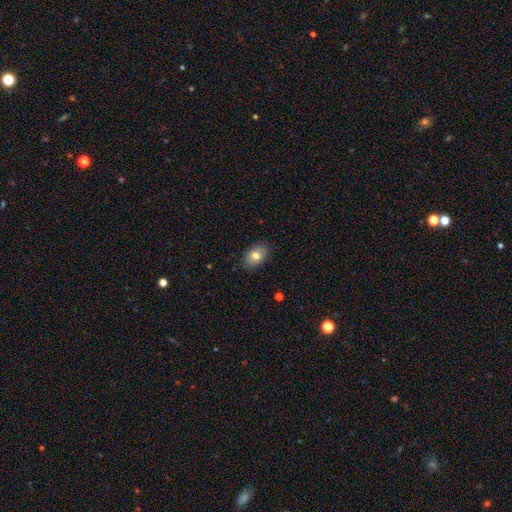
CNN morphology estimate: type=smooth (78%); roundness=in between (86%); merging=none (87%).